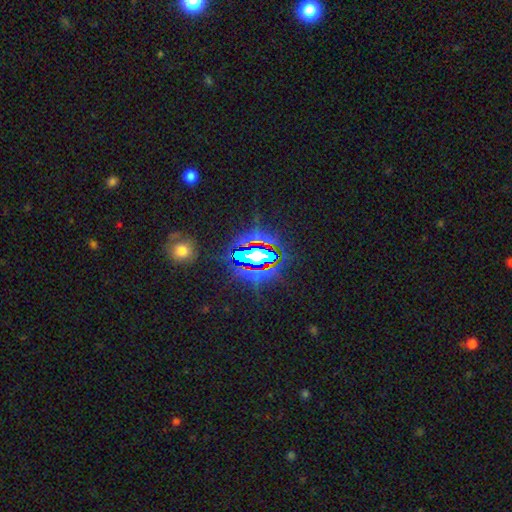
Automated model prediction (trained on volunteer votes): Smooth or featured?
  - star or artifact: 73% *
  - smooth: 14%
  - featured or disk: 13%